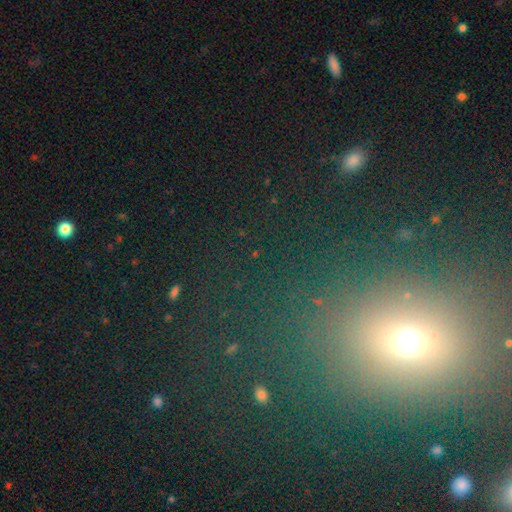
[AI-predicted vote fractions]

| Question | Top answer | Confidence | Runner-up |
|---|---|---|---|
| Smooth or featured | smooth | 45% | star or artifact (44%) |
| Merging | none | 79% | minor disturbance (10%) |